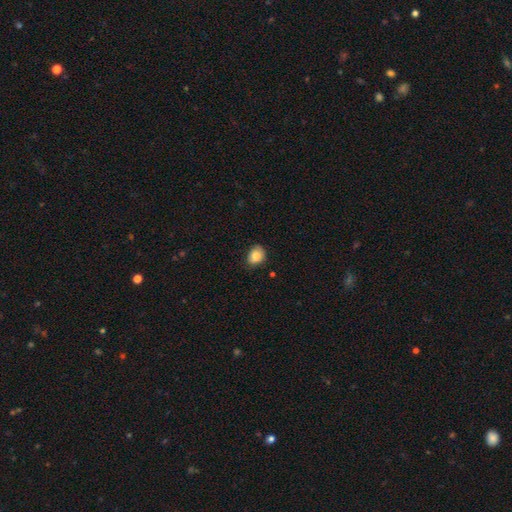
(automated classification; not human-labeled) A smooth galaxy with no disk features (81%) that is in between round and cigar-shaped (51%).

Vote fractions:
- Smooth or featured? smooth: 81% / featured or disk: 10% / star or artifact: 9%
- How rounded? in between: 51% / round: 48% / cigar-shaped: 1%
- Merging? none: 73% / minor disturbance: 22% / major disturbance: 3% / merger: 1%